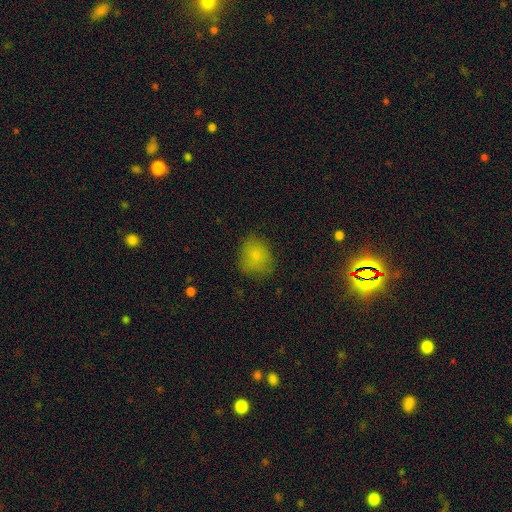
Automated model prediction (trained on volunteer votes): Smooth or featured?
  - smooth: 78% *
  - star or artifact: 11%
  - featured or disk: 10%
How rounded?
  - round: 63% *
  - in between: 36%
  - cigar-shaped: 1%
Merging?
  - none: 69% *
  - minor disturbance: 22%
  - major disturbance: 8%
  - merger: 2%